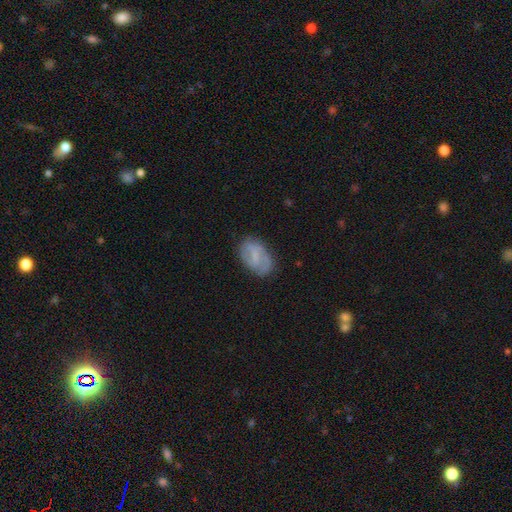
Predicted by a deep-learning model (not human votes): The model was most divided on "smooth or featured": featured or disk: 48%, smooth: 44%, star or artifact: 8%. More confident: merging — none (69%).